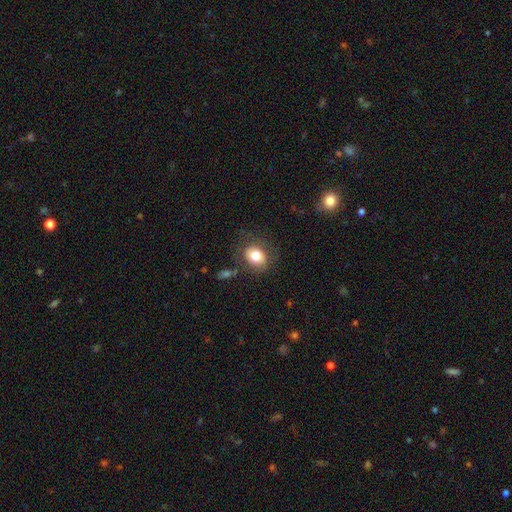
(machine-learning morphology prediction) Smooth or featured? smooth (77%)
How rounded? round (55%)
Merging? none (76%)